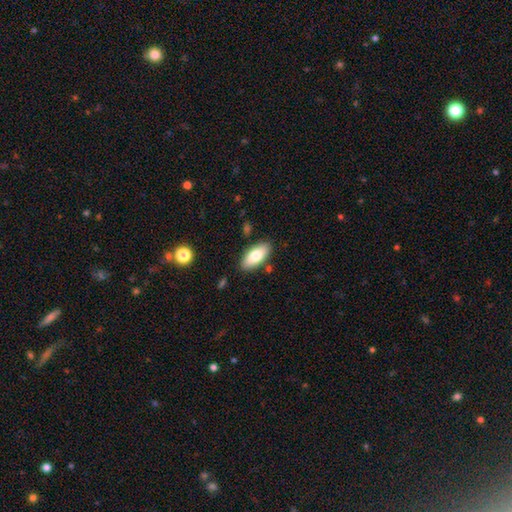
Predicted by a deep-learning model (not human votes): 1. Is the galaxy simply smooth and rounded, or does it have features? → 77% smooth, 17% featured or disk, 6% star or artifact.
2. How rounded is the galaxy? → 88% in between, 10% cigar-shaped, 2% round.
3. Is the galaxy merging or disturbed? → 85% none, 10% minor disturbance, 3% merger, 2% major disturbance.